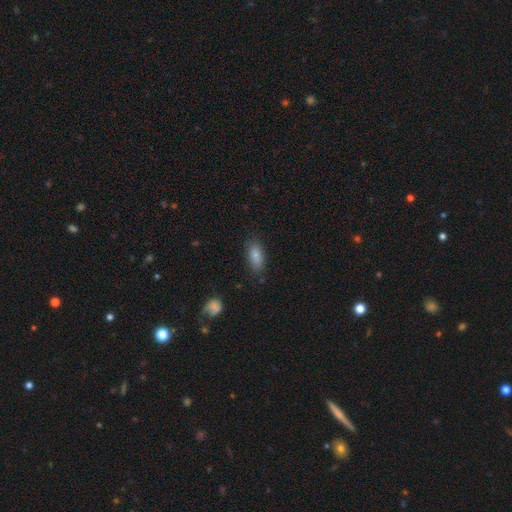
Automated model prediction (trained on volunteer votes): smooth-or-featured: smooth: 85% | star or artifact: 8% | featured or disk: 7%
  how-rounded: in between: 85% | cigar-shaped: 12% | round: 3%
  merging: none: 79% | minor disturbance: 15% | major disturbance: 4% | merger: 2%